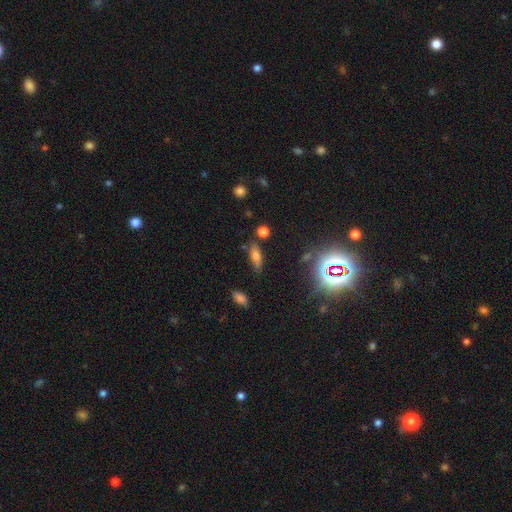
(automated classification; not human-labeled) This is likely a smooth galaxy (65%). How rounded: possibly in between (59%). Merging: likely none (72%).